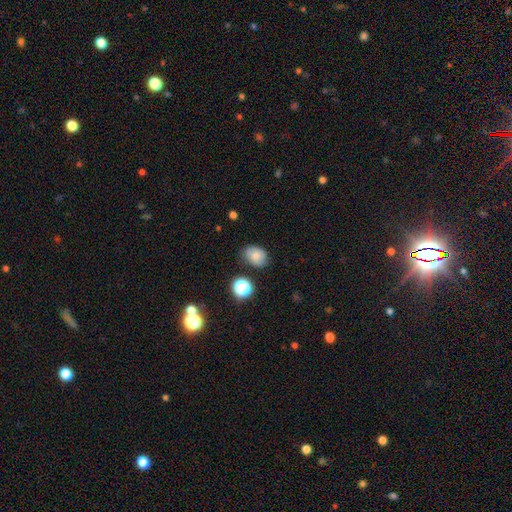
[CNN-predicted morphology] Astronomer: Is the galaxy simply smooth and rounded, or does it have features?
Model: smooth — 71%.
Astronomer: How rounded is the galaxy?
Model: in between — 65%.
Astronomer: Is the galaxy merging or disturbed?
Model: none — 72%.